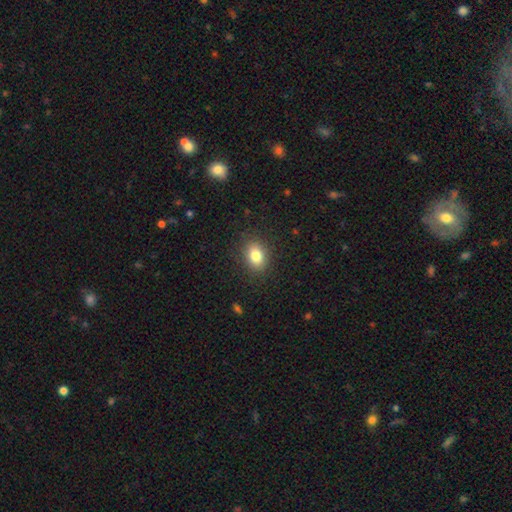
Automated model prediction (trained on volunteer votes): smooth_or_featured: smooth (p=0.83) [alt: star or artifact p=0.10]
how_rounded: in between (p=0.66) [alt: round p=0.32]
merging: none (p=0.87) [alt: minor disturbance p=0.09]